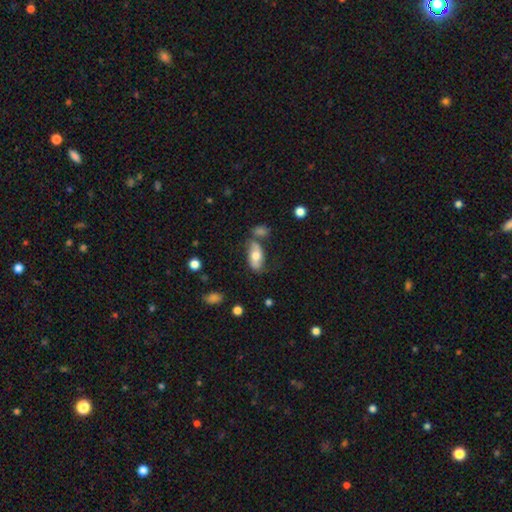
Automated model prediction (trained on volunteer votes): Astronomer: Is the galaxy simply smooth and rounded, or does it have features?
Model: smooth — 60%.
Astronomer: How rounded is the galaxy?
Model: in between — 90%.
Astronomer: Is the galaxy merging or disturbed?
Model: none — 60%.